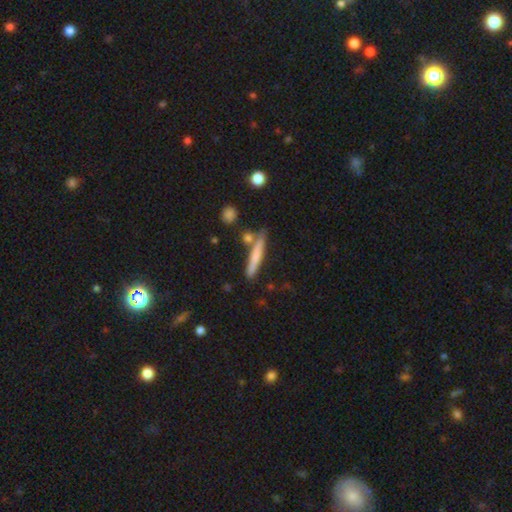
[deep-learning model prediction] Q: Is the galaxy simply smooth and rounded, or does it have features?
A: smooth — 63%.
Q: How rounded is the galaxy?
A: cigar-shaped — 93%.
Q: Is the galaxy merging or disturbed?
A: none — 76%.